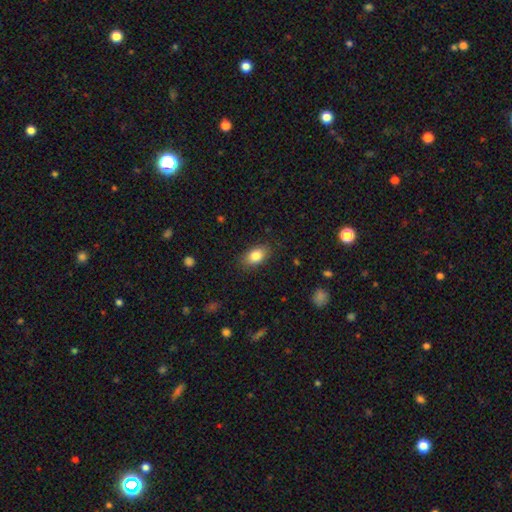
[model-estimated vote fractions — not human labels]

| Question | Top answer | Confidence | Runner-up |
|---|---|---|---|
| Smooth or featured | smooth | 83% | featured or disk (9%) |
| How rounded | in between | 88% | round (10%) |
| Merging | none | 85% | minor disturbance (12%) |